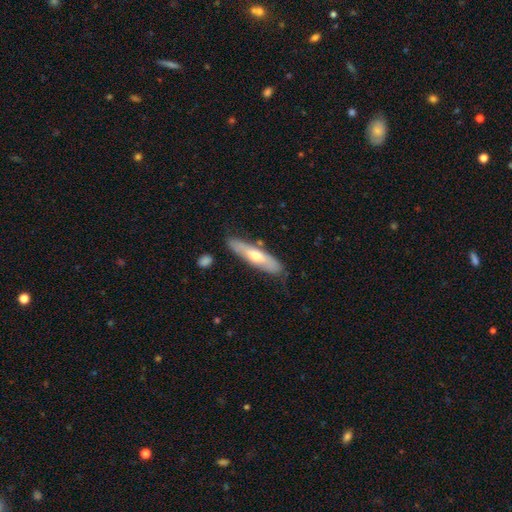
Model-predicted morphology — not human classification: The model was most divided on "smooth or featured": smooth: 49%, featured or disk: 46%, star or artifact: 5%. More confident: merging — none (78%).